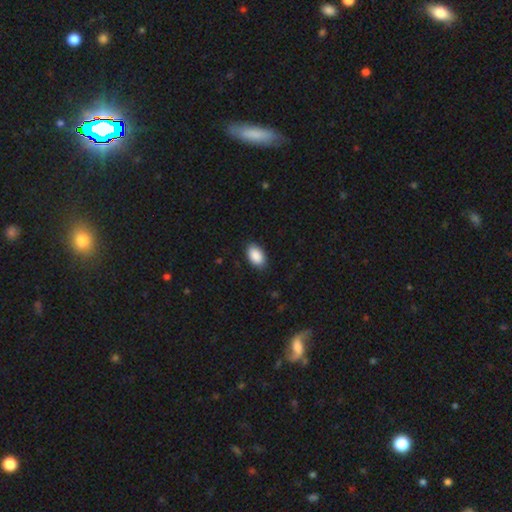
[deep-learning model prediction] Smooth or featured? smooth (90%)
How rounded? in between (94%)
Merging? none (88%)